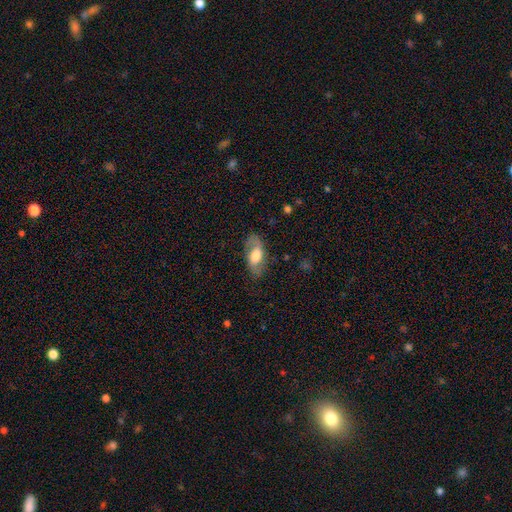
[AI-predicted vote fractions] Q: Smooth or featured?
A: featured or disk (54%); runner-up: smooth (40%)
Q: Edge-on disk?
A: no (86%); runner-up: yes (14%)
Q: Merging?
A: none (76%); runner-up: minor disturbance (16%)